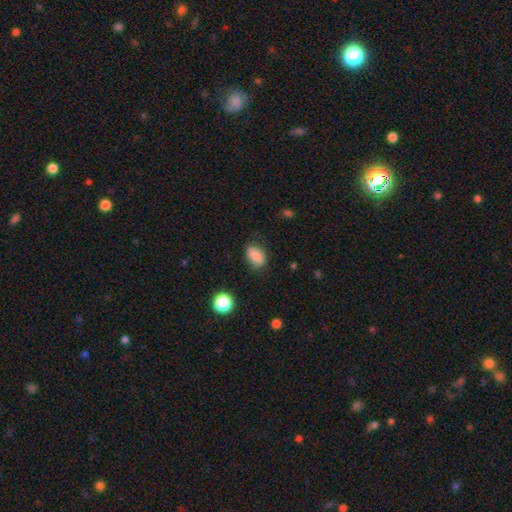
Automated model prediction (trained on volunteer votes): Overall: smooth (86%). How rounded: in between (87%). Merging: none (77%).